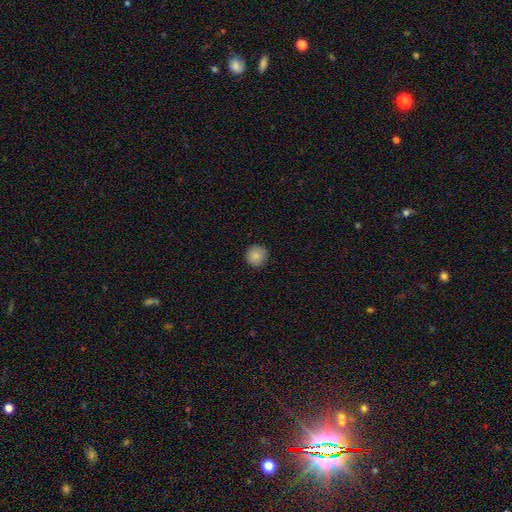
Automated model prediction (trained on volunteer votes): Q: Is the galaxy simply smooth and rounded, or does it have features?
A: smooth — 87%.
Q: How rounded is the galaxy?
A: round — 94%.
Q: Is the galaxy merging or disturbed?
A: none — 92%.